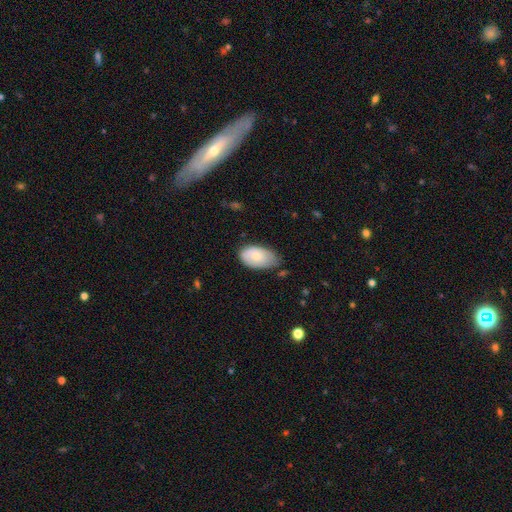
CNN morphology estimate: smooth_or_featured: smooth (p=0.74) [alt: featured or disk p=0.20]
how_rounded: in between (p=0.94) [alt: round p=0.05]
merging: none (p=0.54) [alt: minor disturbance p=0.37]